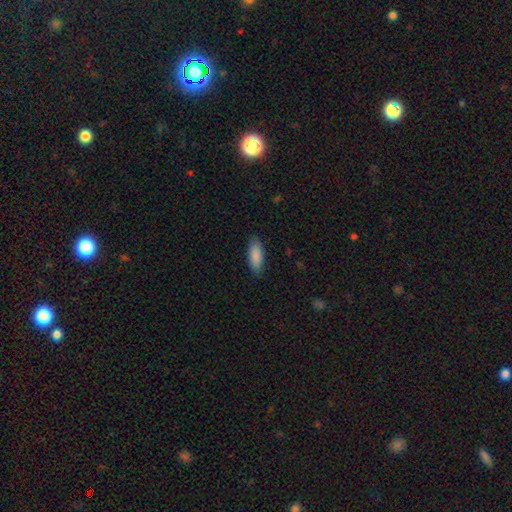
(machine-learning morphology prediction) A smooth galaxy with no disk features (89%) that is in between round and cigar-shaped (74%).

Vote fractions:
- Smooth or featured? smooth: 89% / star or artifact: 6% / featured or disk: 5%
- How rounded? in between: 74% / cigar-shaped: 25% / round: 2%
- Merging? none: 86% / minor disturbance: 11% / major disturbance: 2% / merger: 1%